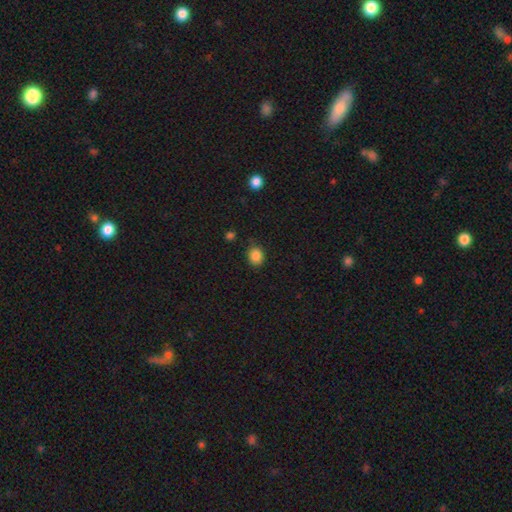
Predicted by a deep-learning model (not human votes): This appears to be a smooth galaxy with no disk features (86%) that is round (62%). Merging: none (79%).